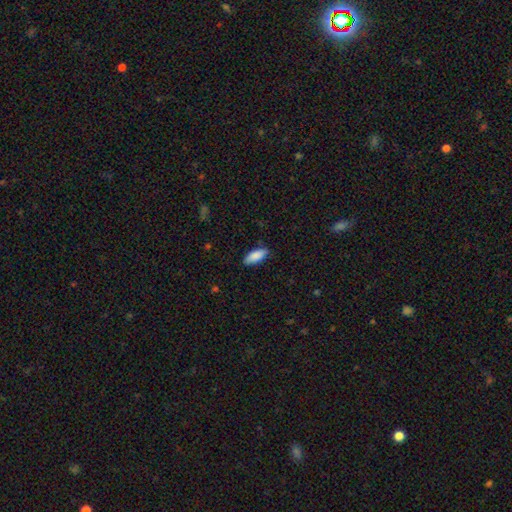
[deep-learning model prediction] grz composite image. It shows a smooth galaxy with no disk features (88%) that is in between round and cigar-shaped (79%). Merging: none (85%).